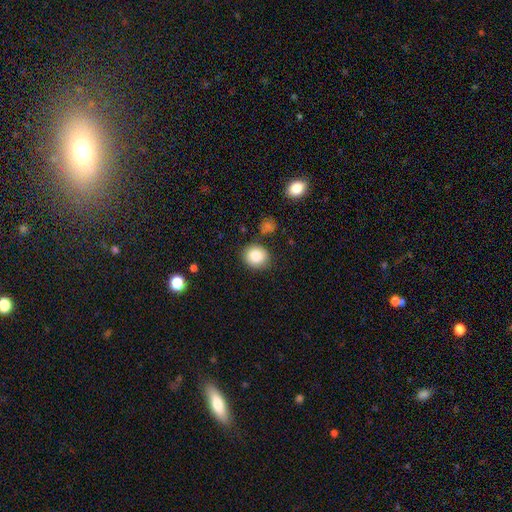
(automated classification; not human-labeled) smooth-or-featured: smooth: 83% | star or artifact: 9% | featured or disk: 7%
  how-rounded: round: 78% | in between: 22% | cigar-shaped: 1%
  merging: none: 83% | minor disturbance: 11% | merger: 4% | major disturbance: 3%